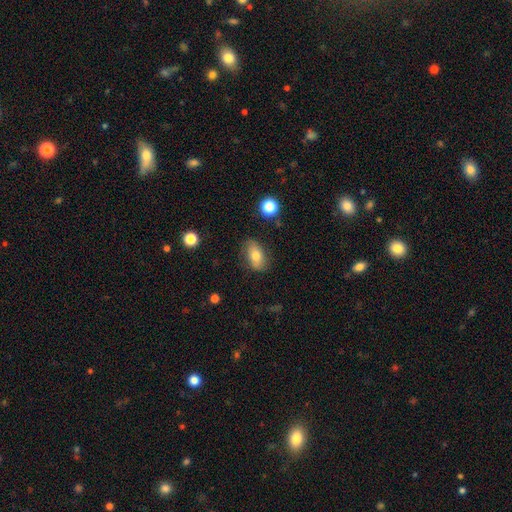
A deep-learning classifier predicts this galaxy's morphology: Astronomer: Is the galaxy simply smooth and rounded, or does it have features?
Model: smooth — 74%.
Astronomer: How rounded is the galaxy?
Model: in between — 87%.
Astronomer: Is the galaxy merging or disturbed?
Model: none — 79%.